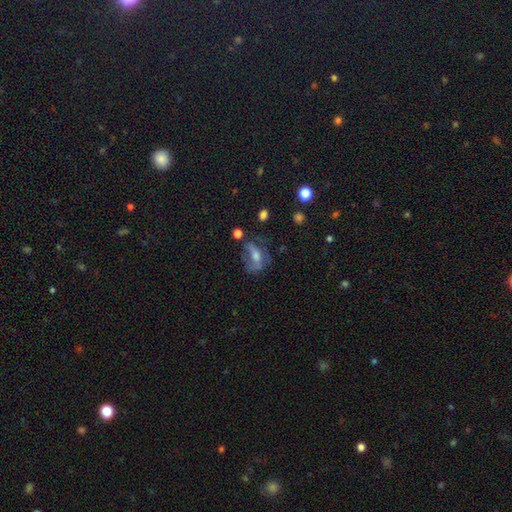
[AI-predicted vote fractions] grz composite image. It shows a featured or disk galaxy (46%). Merging: none (38%).